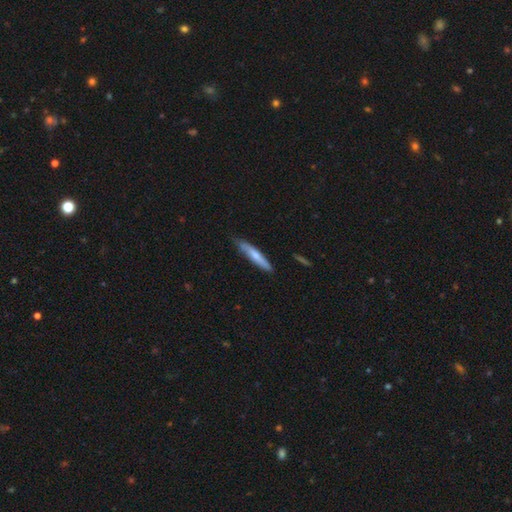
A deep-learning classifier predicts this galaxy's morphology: Smooth or featured? Predicted: smooth (p=0.61). How rounded? Predicted: cigar-shaped (p=0.89). Merging? Predicted: none (p=0.78).